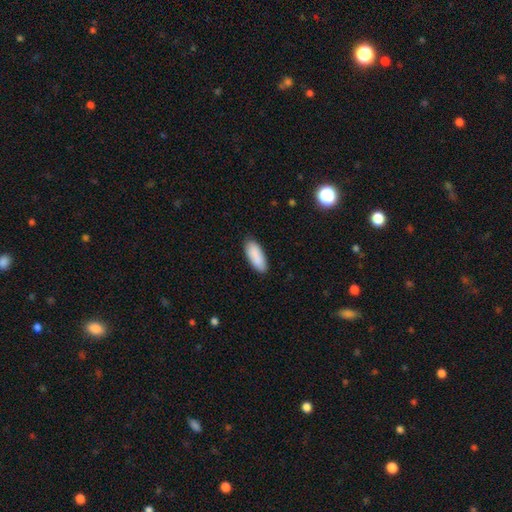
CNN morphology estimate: smooth-or-featured: smooth: 90% | star or artifact: 6% | featured or disk: 5%
  how-rounded: in between: 81% | cigar-shaped: 18% | round: 2%
  merging: none: 86% | minor disturbance: 11% | major disturbance: 2% | merger: 1%